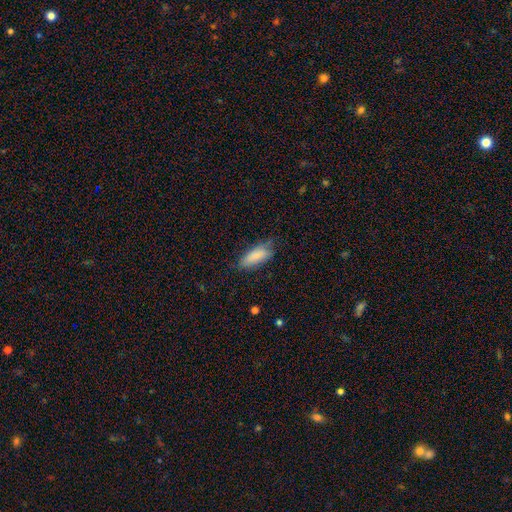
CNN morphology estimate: A smooth galaxy with no disk features (83%) that is in between round and cigar-shaped (78%).

Vote fractions:
- Smooth or featured? smooth: 83% / featured or disk: 10% / star or artifact: 6%
- How rounded? in between: 78% / cigar-shaped: 20% / round: 2%
- Merging? none: 62% / minor disturbance: 29% / major disturbance: 7% / merger: 2%